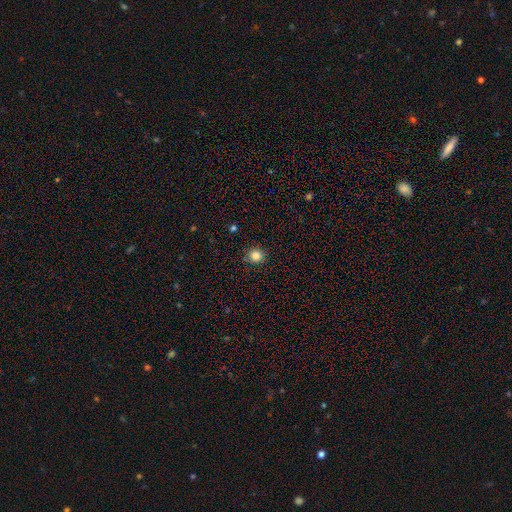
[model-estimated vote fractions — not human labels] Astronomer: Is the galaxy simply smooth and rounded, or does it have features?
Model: smooth — 84%.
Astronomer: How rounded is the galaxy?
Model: round — 93%.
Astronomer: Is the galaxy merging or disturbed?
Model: none — 90%.